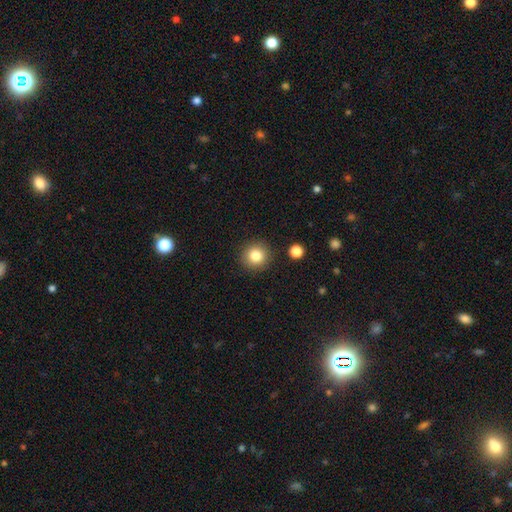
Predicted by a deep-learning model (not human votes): smooth-or-featured: smooth: 83% | star or artifact: 11% | featured or disk: 6%
  how-rounded: round: 93% | in between: 6% | cigar-shaped: 1%
  merging: none: 89% | minor disturbance: 6% | major disturbance: 2% | merger: 2%